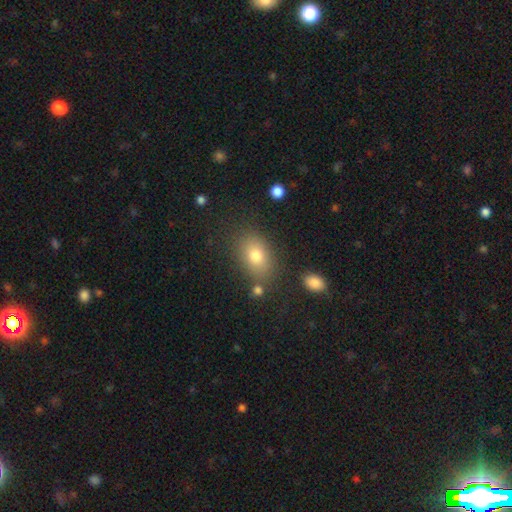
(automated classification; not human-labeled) Overall: smooth (77%). How rounded: in between (80%). Merging: none (78%).